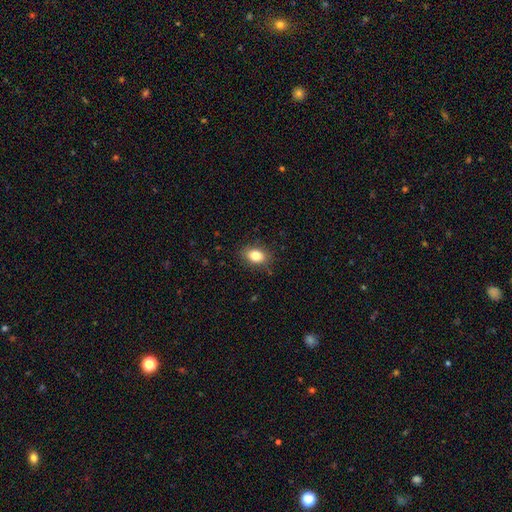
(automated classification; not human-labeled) The model was most divided on "how rounded": in between: 78%, round: 21%, cigar-shaped: 2%. More confident: merging — none (84%); smooth or featured — smooth (82%).